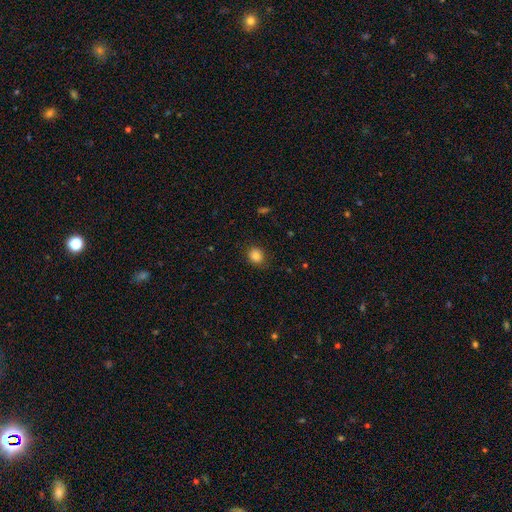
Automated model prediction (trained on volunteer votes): A smooth galaxy with no disk features (85%) that is round (77%). Merging: none (85%).